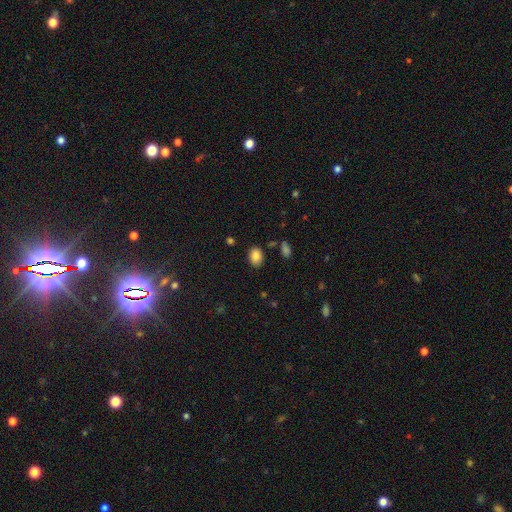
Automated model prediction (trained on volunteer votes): Smooth or featured? Predicted: smooth (p=0.84). How rounded? Predicted: in between (p=0.66). Merging? Predicted: none (p=0.83).